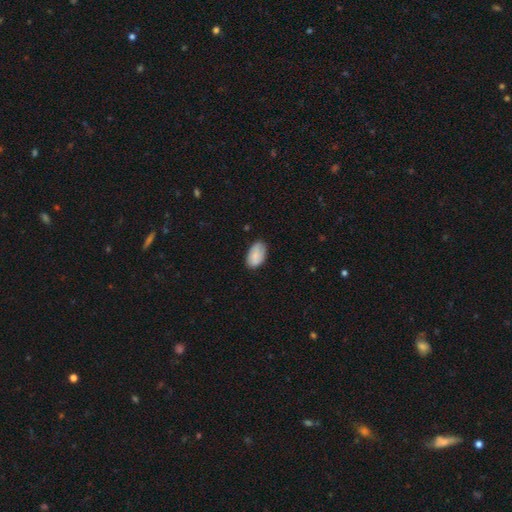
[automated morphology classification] A smooth galaxy with no disk features (82%) that is in between round and cigar-shaped (94%). Merging: none (78%).